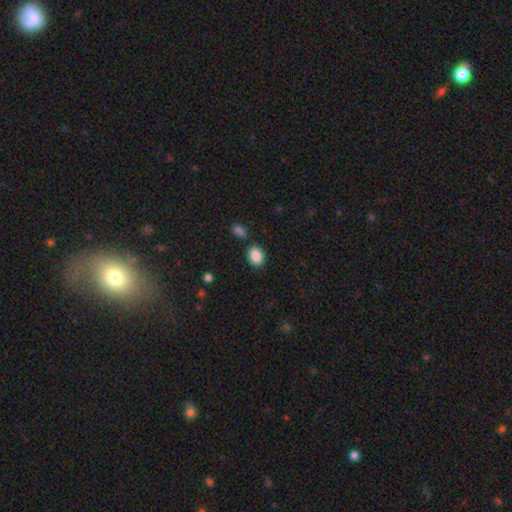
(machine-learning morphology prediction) A smooth galaxy with no disk features (87%) that is in between round and cigar-shaped (56%).

Vote fractions:
- Smooth or featured? smooth: 87% / star or artifact: 8% / featured or disk: 5%
- How rounded? in between: 56% / round: 43% / cigar-shaped: 1%
- Merging? none: 81% / minor disturbance: 11% / merger: 6% / major disturbance: 3%